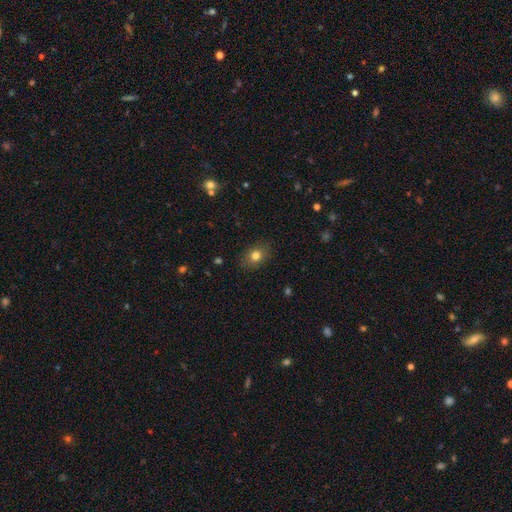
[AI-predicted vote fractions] A smooth galaxy with no disk features (79%) that is in between round and cigar-shaped (62%). Merging: none (86%).